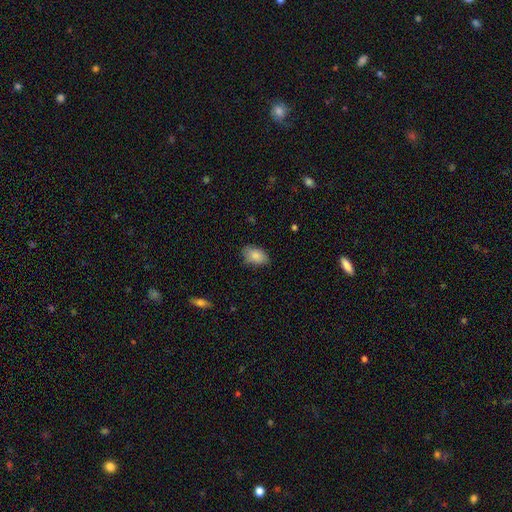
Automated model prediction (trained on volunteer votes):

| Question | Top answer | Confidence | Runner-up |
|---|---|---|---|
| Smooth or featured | smooth | 85% | featured or disk (8%) |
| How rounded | in between | 89% | round (10%) |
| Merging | none | 75% | minor disturbance (20%) |